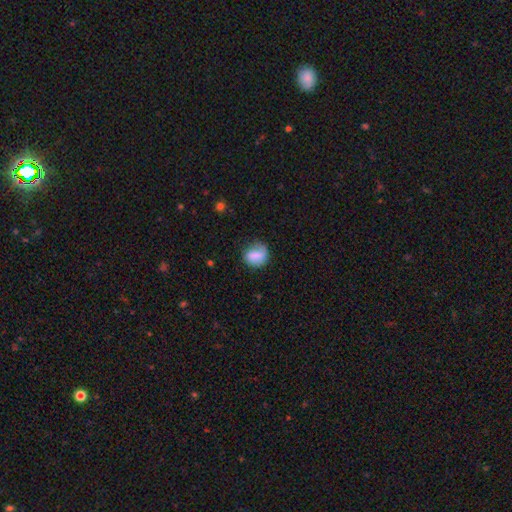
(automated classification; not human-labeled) A smooth galaxy with no disk features (76%) that is round (56%).

Vote fractions:
- Smooth or featured? smooth: 76% / featured or disk: 16% / star or artifact: 8%
- How rounded? round: 56% / in between: 42% / cigar-shaped: 2%
- Merging? none: 58% / minor disturbance: 28% / major disturbance: 12% / merger: 2%